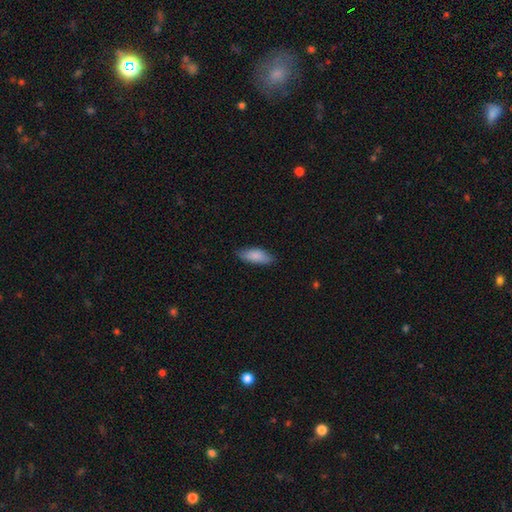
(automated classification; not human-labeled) smooth 86%, featured or disk 9%, star or artifact 6%. Down the decision tree: how rounded — in between (77%); merging — none (79%).